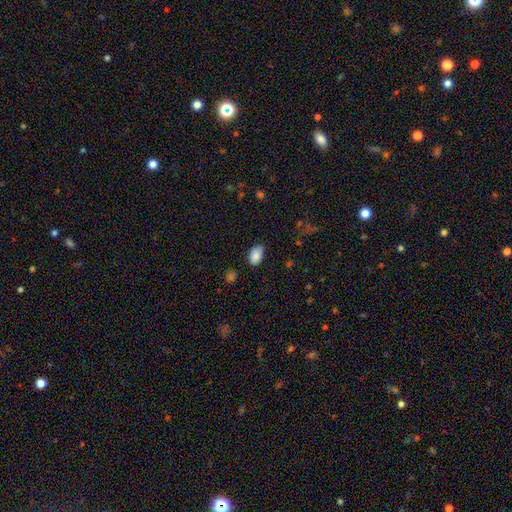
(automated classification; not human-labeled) The model was most divided on "merging": none: 78%, minor disturbance: 18%, major disturbance: 3%, merger: 1%. More confident: how rounded — in between (93%); smooth or featured — smooth (87%).